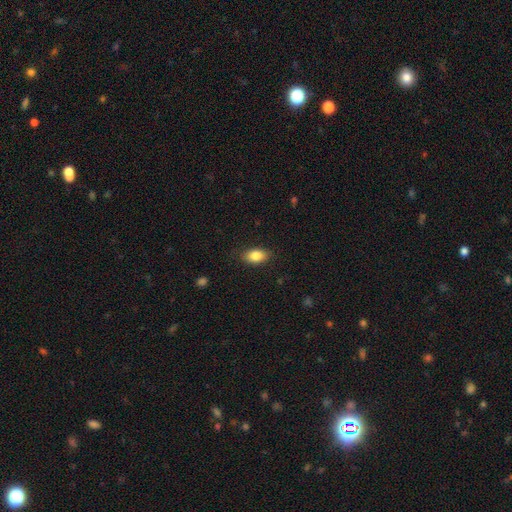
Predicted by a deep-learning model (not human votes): smooth 85%, featured or disk 8%, star or artifact 8%. Down the decision tree: how rounded — in between (89%); merging — none (85%).